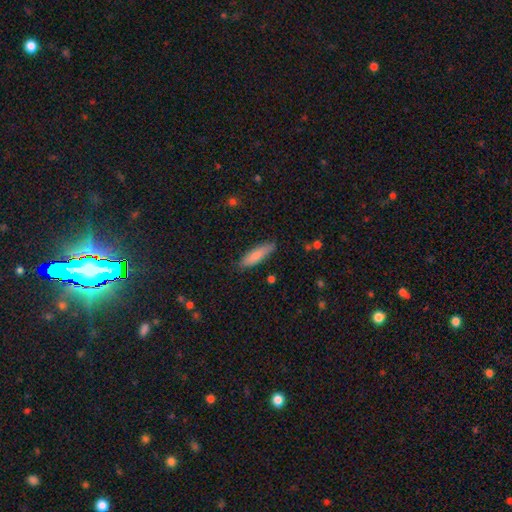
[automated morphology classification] Q: Smooth or featured?
A: smooth (82%); runner-up: featured or disk (12%)
Q: How rounded?
A: cigar-shaped (66%); runner-up: in between (32%)
Q: Merging?
A: none (84%); runner-up: minor disturbance (12%)